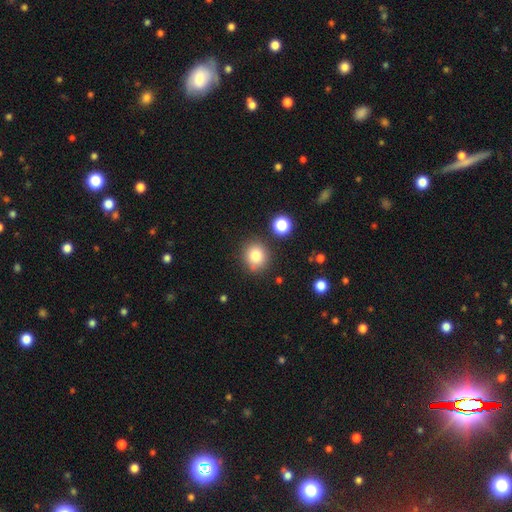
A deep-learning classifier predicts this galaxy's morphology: This is clearly a smooth galaxy (80%). How rounded: clearly round (85%). Merging: clearly none (82%).